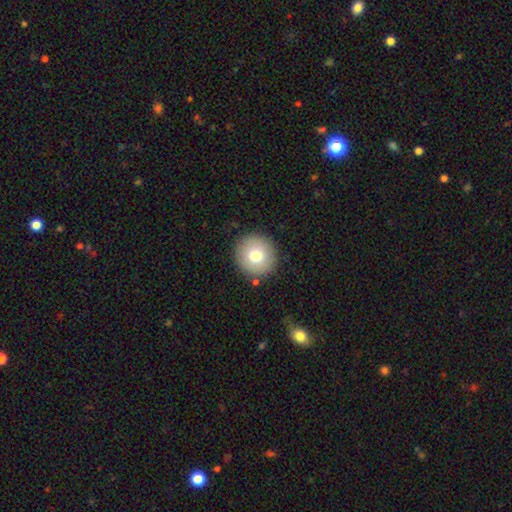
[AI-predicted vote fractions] This appears to be a smooth galaxy with no disk features (75%) that is round (95%). Merging: none (89%).